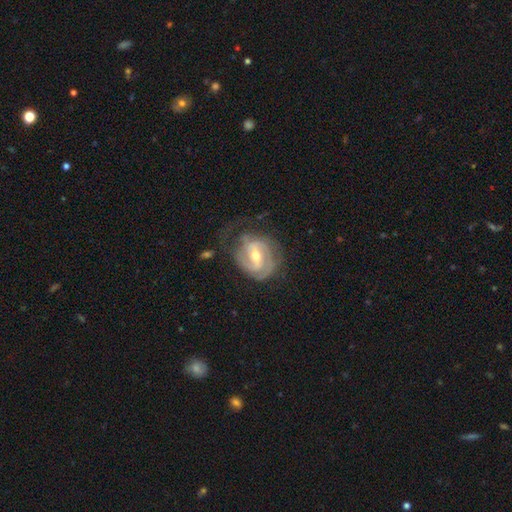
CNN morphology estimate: smooth_or_featured: featured or disk (p=0.87) [alt: smooth p=0.09]
disk_edge_on: no (p=0.97) [alt: yes p=0.03]
bar: weak (p=0.50) [alt: strong p=0.33]
has_spiral_arms: yes (p=0.95) [alt: no p=0.05]
spiral_winding: tight (p=0.54) [alt: medium p=0.36]
spiral_arm_count: 2 (p=0.56) [alt: can't tell p=0.18]
bulge_size: moderate (p=0.58) [alt: small p=0.37]
merging: none (p=0.57) [alt: minor disturbance p=0.23]